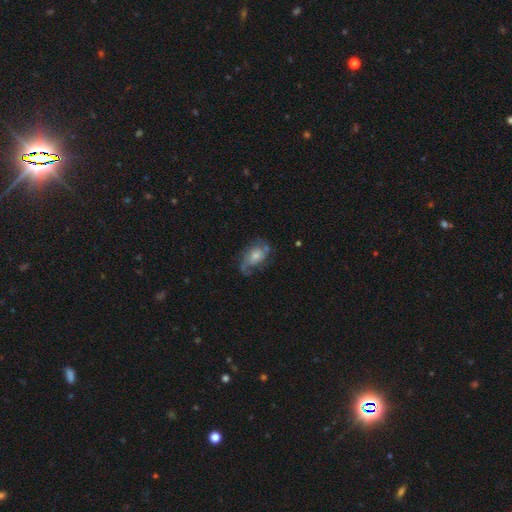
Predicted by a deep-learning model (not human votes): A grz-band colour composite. It shows a featured or disk galaxy (64%) with no bar (70%), 2 (55%) medium (42%) spiral arms (83%) and a moderate central bulge (46%). Merging: none (50%).